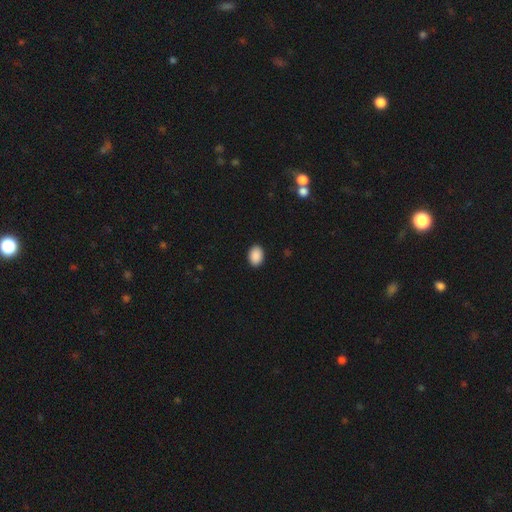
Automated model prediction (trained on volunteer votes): Q: Smooth or featured?
A: smooth (90%); runner-up: star or artifact (7%)
Q: How rounded?
A: in between (78%); runner-up: round (21%)
Q: Merging?
A: none (91%); runner-up: minor disturbance (7%)